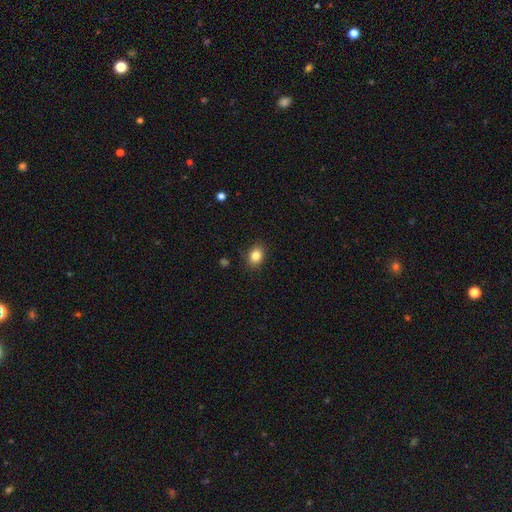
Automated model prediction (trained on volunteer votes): smooth-or-featured: smooth: 85% | star or artifact: 10% | featured or disk: 6%
  how-rounded: in between: 61% | round: 38% | cigar-shaped: 1%
  merging: none: 87% | minor disturbance: 9% | major disturbance: 2% | merger: 1%